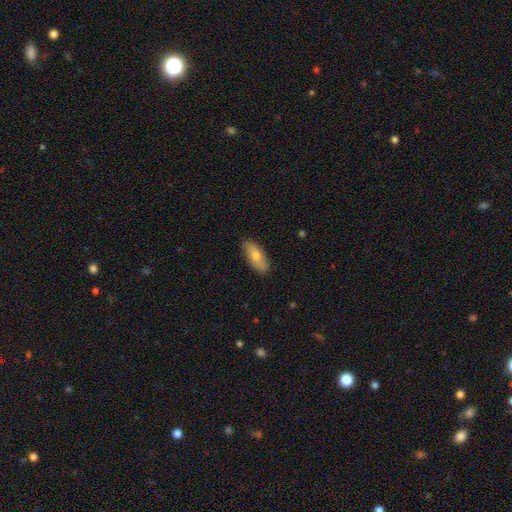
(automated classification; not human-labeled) Q: Smooth or featured?
A: smooth (62%); runner-up: featured or disk (31%)
Q: How rounded?
A: in between (82%); runner-up: cigar-shaped (15%)
Q: Merging?
A: none (86%); runner-up: minor disturbance (11%)